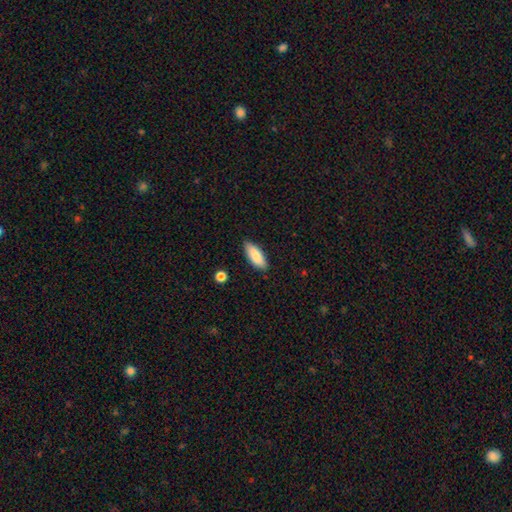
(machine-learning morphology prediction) Smooth or featured: smooth — 86% (featured or disk — 8%)
How rounded: in between — 72% (cigar-shaped — 27%)
Merging: none — 86% (minor disturbance — 11%)